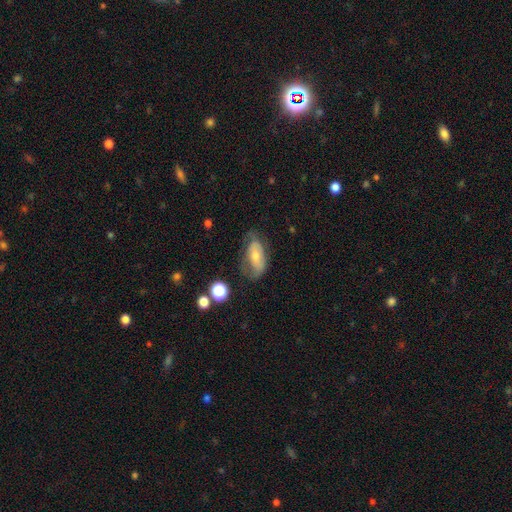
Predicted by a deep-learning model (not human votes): smooth-or-featured: smooth: 53% | featured or disk: 38% | star or artifact: 9%
  how-rounded: in between: 88% | round: 6% | cigar-shaped: 6%
  merging: none: 48% | minor disturbance: 30% | major disturbance: 19% | merger: 2%